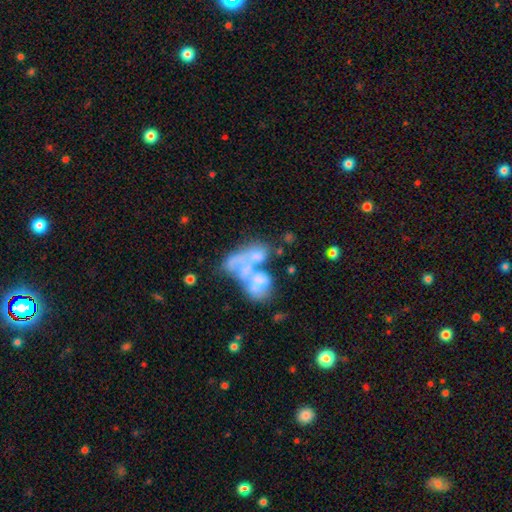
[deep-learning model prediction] smooth_or_featured: featured or disk (p=0.46) [alt: smooth p=0.42]
merging: merger (p=0.67) [alt: major disturbance p=0.17]